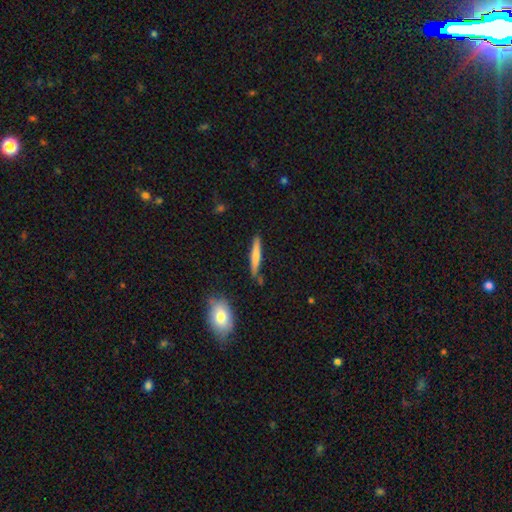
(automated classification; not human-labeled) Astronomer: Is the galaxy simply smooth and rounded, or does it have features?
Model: smooth — 68%.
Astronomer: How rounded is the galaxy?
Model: cigar-shaped — 93%.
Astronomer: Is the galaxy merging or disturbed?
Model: none — 81%.